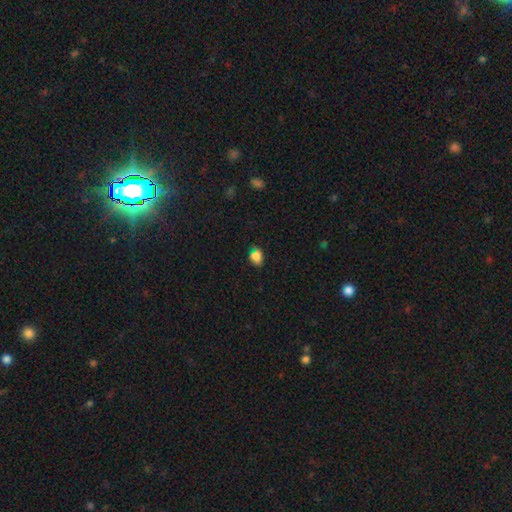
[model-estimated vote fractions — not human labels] Morphology: type=smooth (80%); roundness=in between (62%); merging=none (65%).